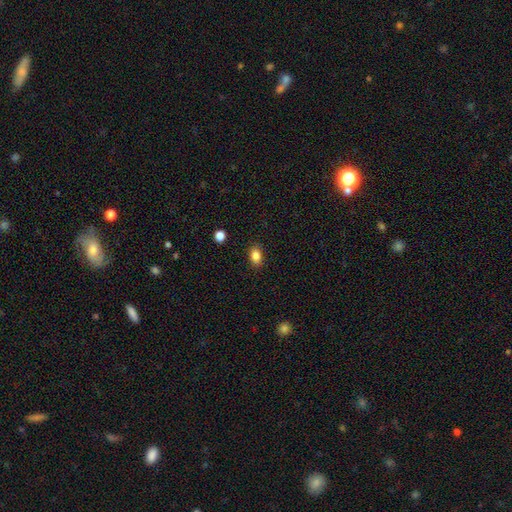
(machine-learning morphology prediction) smooth 85%, star or artifact 10%, featured or disk 5%. Down the decision tree: how rounded — in between (80%); merging — none (88%).